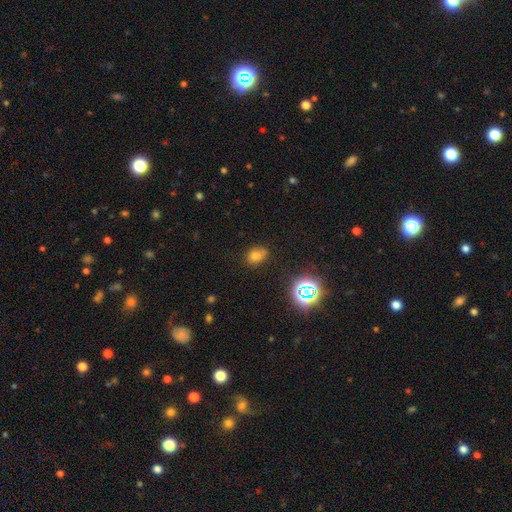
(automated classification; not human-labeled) smooth_or_featured: smooth (p=0.69) [alt: star or artifact p=0.21]
how_rounded: in between (p=0.56) [alt: round p=0.43]
merging: none (p=0.67) [alt: minor disturbance p=0.22]